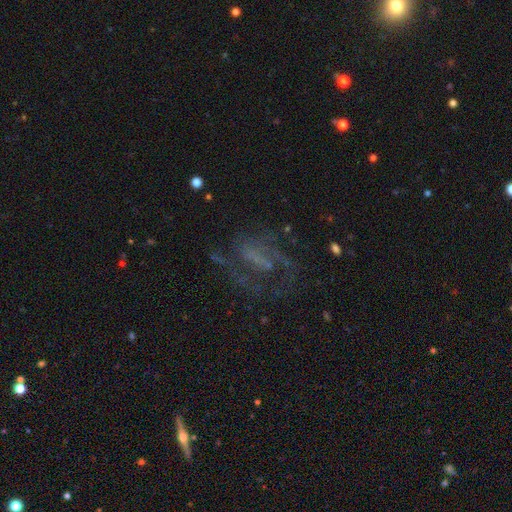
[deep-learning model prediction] The model was most divided on "bar": no: 39%, weak: 37%, strong: 24%. Remaining: edge-on disk — no (95%); spiral arms — yes (70%); smooth or featured — featured or disk (66%); bulge size — none (61%); merging — none (48%).